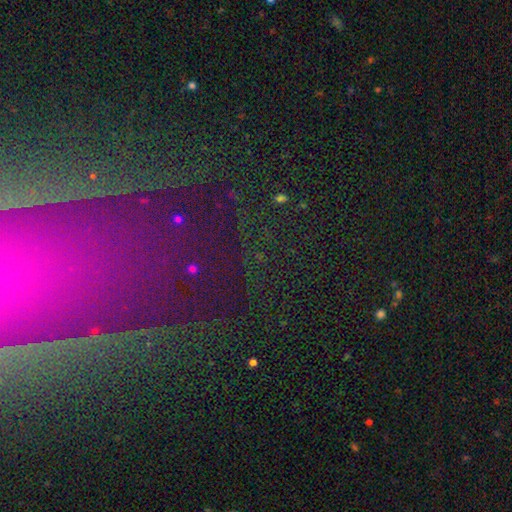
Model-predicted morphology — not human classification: A star or artifact, not a galaxy (65%).

Vote fractions:
- Smooth or featured? star or artifact: 65% / featured or disk: 19% / smooth: 16%